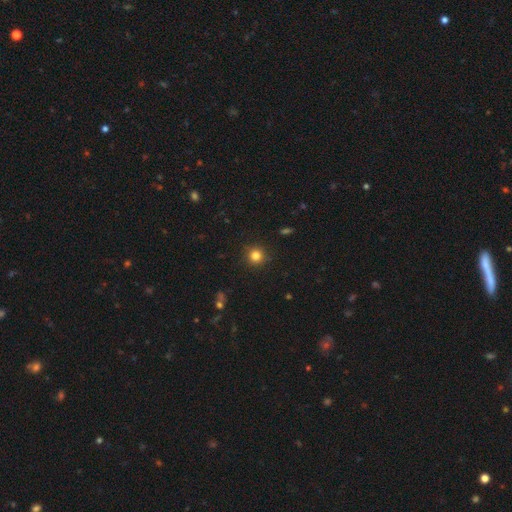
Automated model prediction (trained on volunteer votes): Morphology: type=smooth (82%); roundness=round (94%); merging=none (91%).